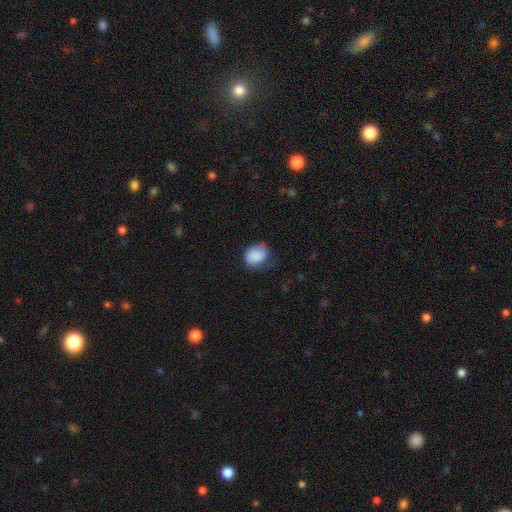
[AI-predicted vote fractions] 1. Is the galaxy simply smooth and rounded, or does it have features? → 86% smooth, 8% star or artifact, 6% featured or disk.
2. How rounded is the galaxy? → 58% in between, 41% round, 1% cigar-shaped.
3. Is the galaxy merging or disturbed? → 51% none, 34% minor disturbance, 13% major disturbance, 2% merger.